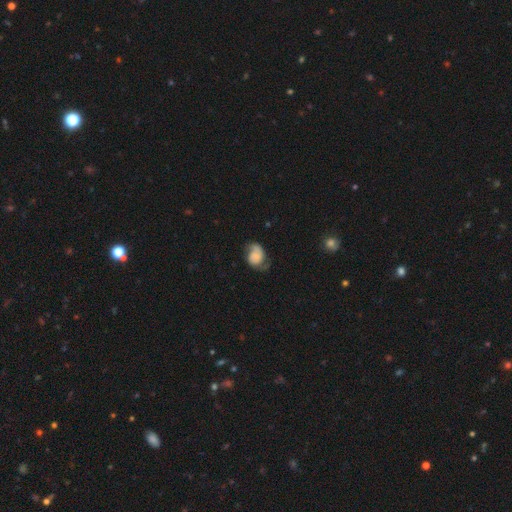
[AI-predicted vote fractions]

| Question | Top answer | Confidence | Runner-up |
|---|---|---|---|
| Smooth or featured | featured or disk | 50% | smooth (41%) |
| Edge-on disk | no | 97% | yes (3%) |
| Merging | none | 47% | minor disturbance (31%) |